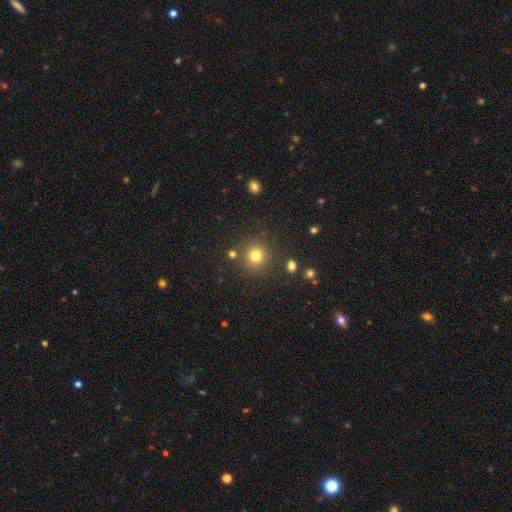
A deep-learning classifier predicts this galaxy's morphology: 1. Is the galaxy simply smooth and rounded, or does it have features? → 78% smooth, 15% star or artifact, 7% featured or disk.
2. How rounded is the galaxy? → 92% round, 7% in between, 1% cigar-shaped.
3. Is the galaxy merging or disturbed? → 85% none, 7% minor disturbance, 4% merger, 3% major disturbance.